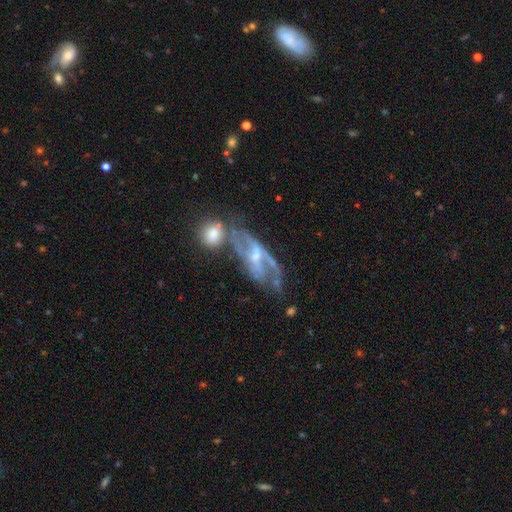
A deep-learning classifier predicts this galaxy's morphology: smooth-or-featured: featured or disk: 77% | smooth: 13% | star or artifact: 11%
  disk-edge-on: no: 82% | yes: 18%
    bar: weak: 40% | no: 36% | strong: 24%
    has-spiral-arms: yes: 80% | no: 20%
      spiral-winding: medium: 41% | tight: 35% | loose: 24%
      spiral-arm-count: 2: 49% | can't tell: 31% | 3: 8% | 1: 6% | 4: 3% | more than 4: 3%
    bulge-size: small: 57% | moderate: 34% | none: 5% | large: 2% | dominant: 1%
  merging: merger: 39% | none: 35% | minor disturbance: 14% | major disturbance: 12%